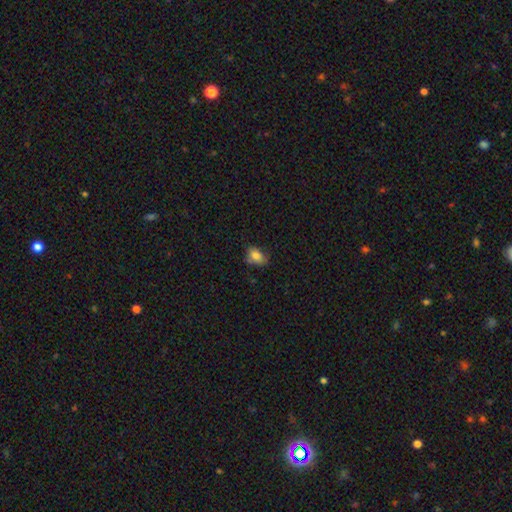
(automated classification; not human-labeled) Morphology: type=smooth (82%); roundness=in between (79%); merging=none (66%).